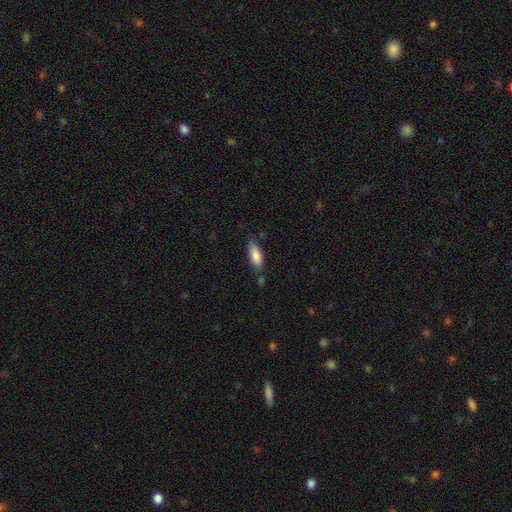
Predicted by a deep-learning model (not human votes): A smooth galaxy with no disk features (82%) that is in between round and cigar-shaped (65%). Merging: none (72%).